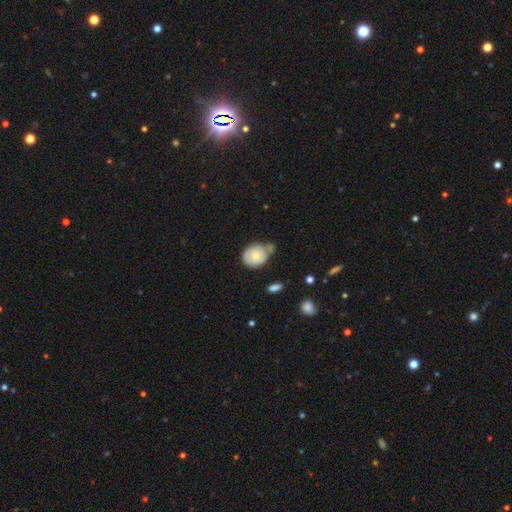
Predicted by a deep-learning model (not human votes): Smooth or featured: smooth — 64% (featured or disk — 29%)
How rounded: round — 62% (in between — 37%)
Merging: none — 41% (minor disturbance — 33%)